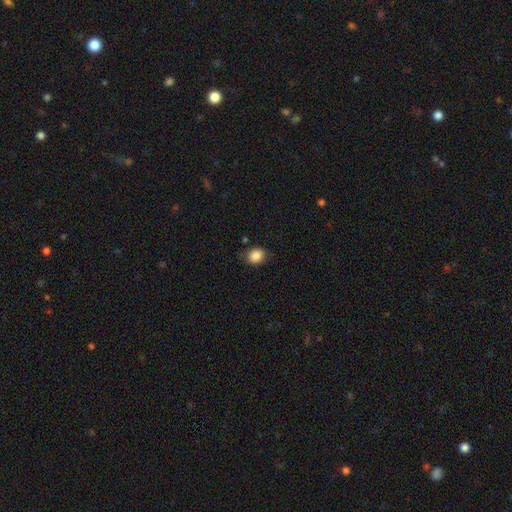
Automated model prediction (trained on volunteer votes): Smooth or featured? smooth (86%)
How rounded? round (57%)
Merging? none (81%)